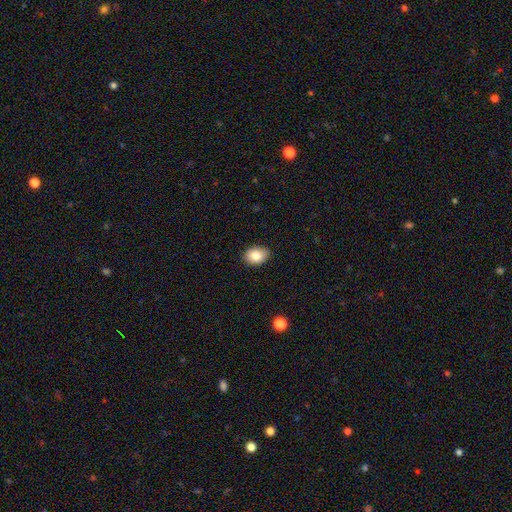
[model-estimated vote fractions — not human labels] Smooth or featured? smooth (85%)
How rounded? in between (72%)
Merging? none (86%)